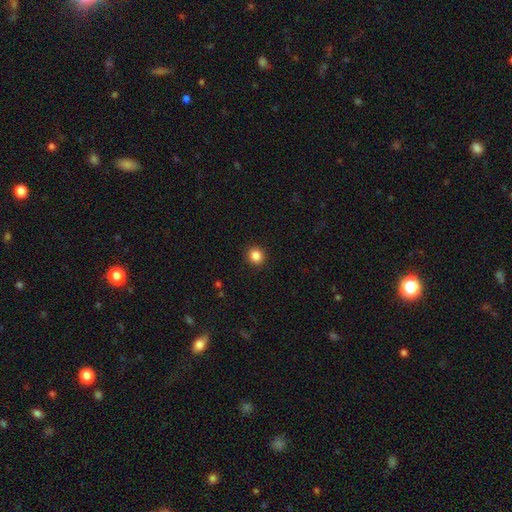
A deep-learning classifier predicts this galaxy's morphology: type=smooth (85%); roundness=round (89%); merging=none (92%).